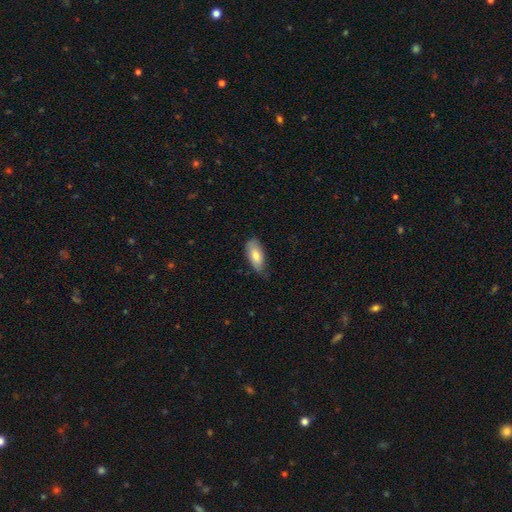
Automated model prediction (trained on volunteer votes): Smooth or featured?
  - smooth: 76% *
  - featured or disk: 18%
  - star or artifact: 6%
How rounded?
  - in between: 87% *
  - cigar-shaped: 10%
  - round: 2%
Merging?
  - none: 60% *
  - minor disturbance: 33%
  - major disturbance: 6%
  - merger: 1%